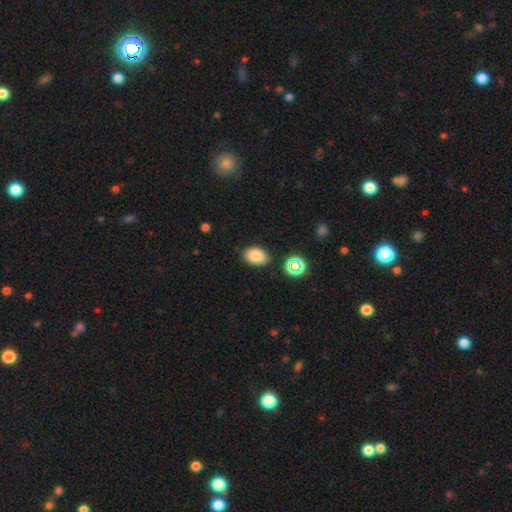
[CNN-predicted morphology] A smooth galaxy with no disk features (83%) that is in between round and cigar-shaped (83%).

Vote fractions:
- Smooth or featured? smooth: 83% / star or artifact: 11% / featured or disk: 6%
- How rounded? in between: 83% / round: 16% / cigar-shaped: 1%
- Merging? none: 83% / minor disturbance: 11% / merger: 3% / major disturbance: 3%